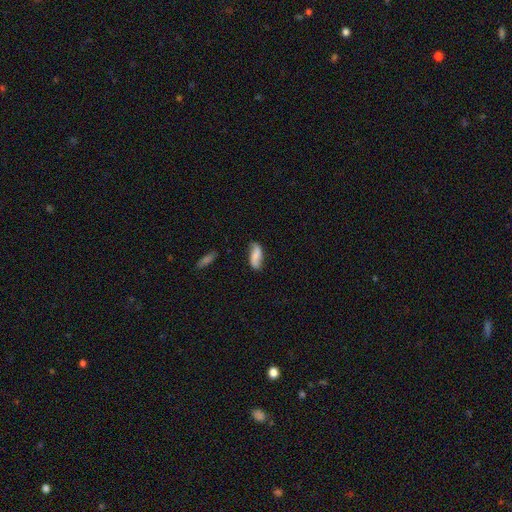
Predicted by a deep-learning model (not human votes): This appears to be a smooth galaxy with no disk features (64%) that is in between round and cigar-shaped (79%). Merging: none (71%).